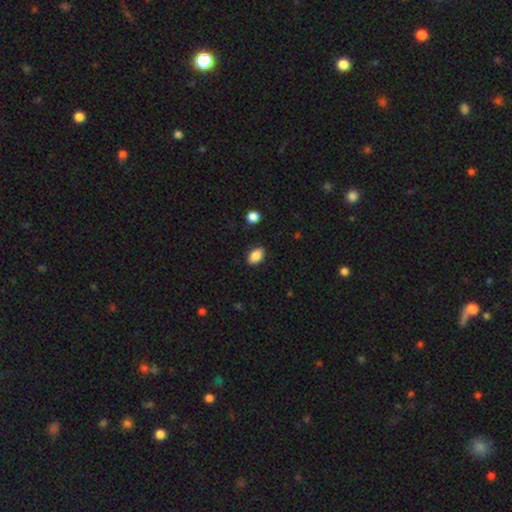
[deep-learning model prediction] Morphology: type=smooth (87%); roundness=in between (87%); merging=none (87%).